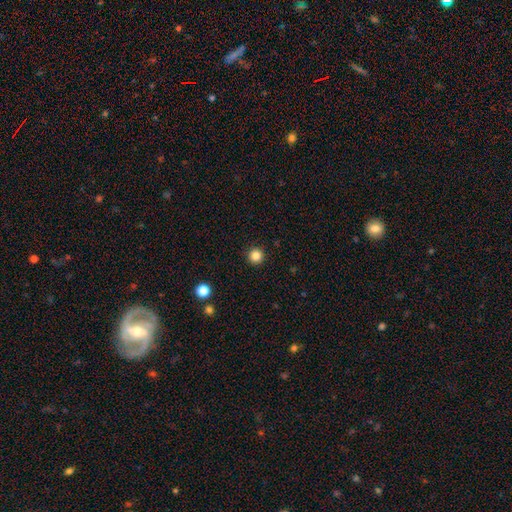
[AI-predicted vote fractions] Smooth or featured?
  - smooth: 84% *
  - star or artifact: 12%
  - featured or disk: 4%
How rounded?
  - round: 96% *
  - in between: 3%
  - cigar-shaped: 1%
Merging?
  - none: 93% *
  - minor disturbance: 4%
  - major disturbance: 2%
  - merger: 1%